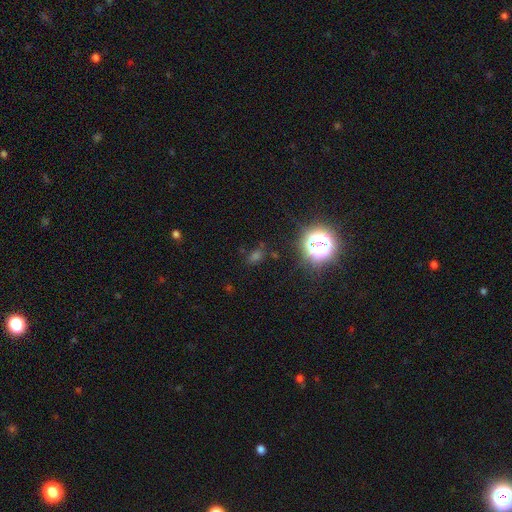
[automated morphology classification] The model was most divided on "smooth or featured": star or artifact: 55%, smooth: 35%, featured or disk: 10%.